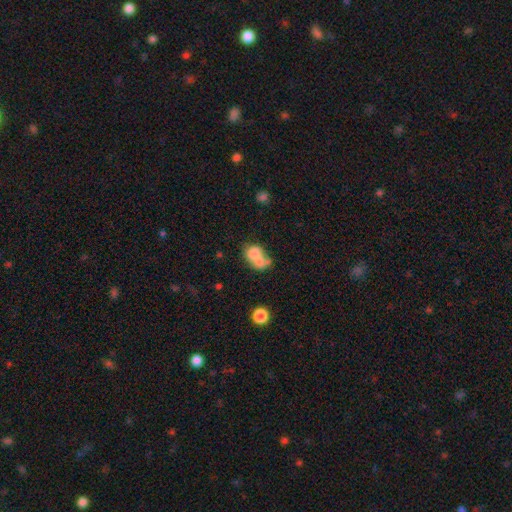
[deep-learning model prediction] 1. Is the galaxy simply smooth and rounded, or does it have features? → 70% smooth, 20% featured or disk, 10% star or artifact.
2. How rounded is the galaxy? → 62% in between, 37% round, 2% cigar-shaped.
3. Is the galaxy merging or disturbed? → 63% merger, 20% none, 10% minor disturbance, 8% major disturbance.